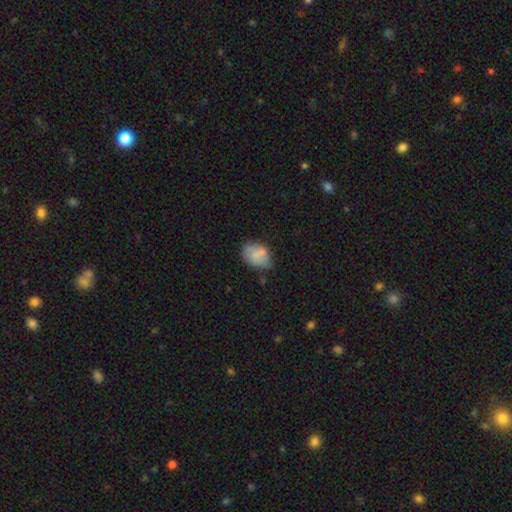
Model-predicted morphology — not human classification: A smooth galaxy with no disk features (74%) that is in between round and cigar-shaped (71%). Merging: none (53%).